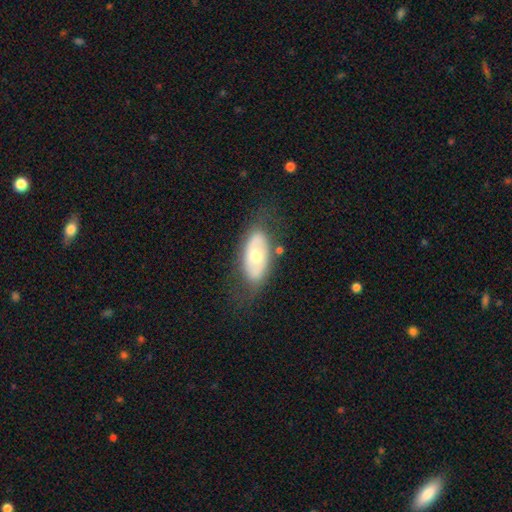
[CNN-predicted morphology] Q: Smooth or featured?
A: featured or disk (51%); runner-up: smooth (43%)
Q: Edge-on disk?
A: no (87%); runner-up: yes (13%)
Q: Merging?
A: none (71%); runner-up: minor disturbance (18%)